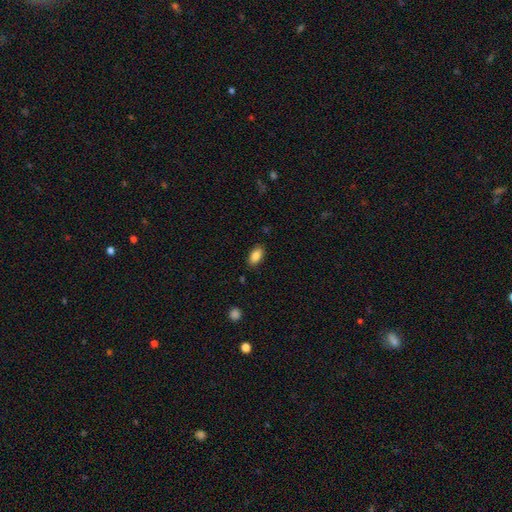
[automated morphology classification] smooth-or-featured: smooth: 87% | star or artifact: 8% | featured or disk: 5%
  how-rounded: in between: 91% | round: 4% | cigar-shaped: 4%
  merging: none: 86% | minor disturbance: 10% | major disturbance: 3% | merger: 1%